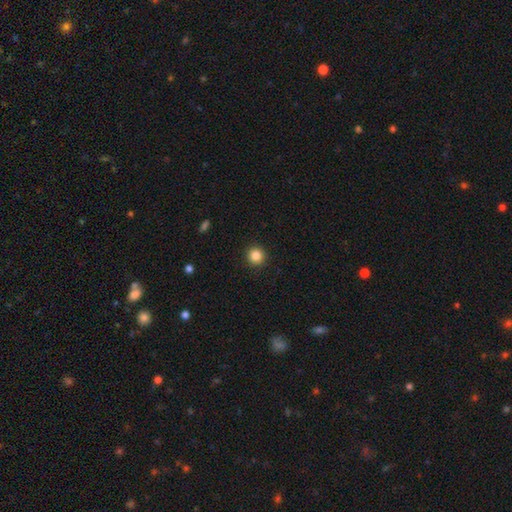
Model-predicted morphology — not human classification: Q: Smooth or featured?
A: smooth (85%); runner-up: star or artifact (11%)
Q: How rounded?
A: round (95%); runner-up: in between (4%)
Q: Merging?
A: none (92%); runner-up: minor disturbance (5%)